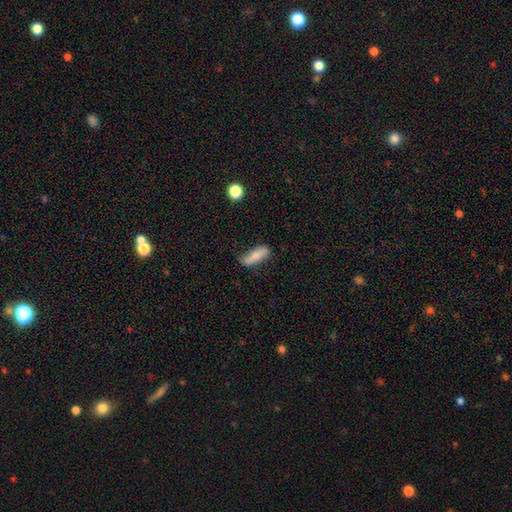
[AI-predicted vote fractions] Smooth or featured: smooth — 71% (featured or disk — 23%)
How rounded: in between — 62% (cigar-shaped — 35%)
Merging: none — 64% (minor disturbance — 27%)